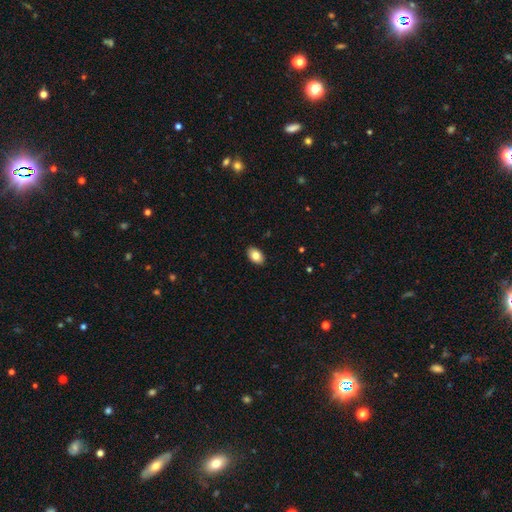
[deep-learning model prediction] A smooth galaxy with no disk features (83%) that is in between round and cigar-shaped (88%). Merging: none (90%).